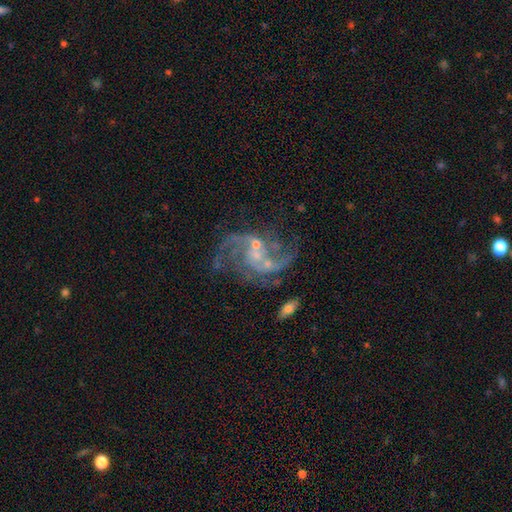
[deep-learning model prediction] Smooth or featured?
  - featured or disk: 87% *
  - star or artifact: 8%
  - smooth: 5%
Edge-on disk?
  - no: 98% *
  - yes: 2%
Bar?
  - no: 56% *
  - weak: 36%
  - strong: 9%
Spiral arms?
  - yes: 95% *
  - no: 5%
Spiral winding?
  - loose: 46% *
  - medium: 42%
  - tight: 11%
Spiral arm count?
  - 2: 65% *
  - 3: 12%
  - can't tell: 10%
  - 1: 5%
  - 4: 4%
  - more than 4: 4%
Bulge size?
  - small: 65% *
  - moderate: 19%
  - none: 13%
  - large: 2%
  - dominant: 1%
Merging?
  - none: 44% *
  - merger: 21%
  - major disturbance: 19%
  - minor disturbance: 15%